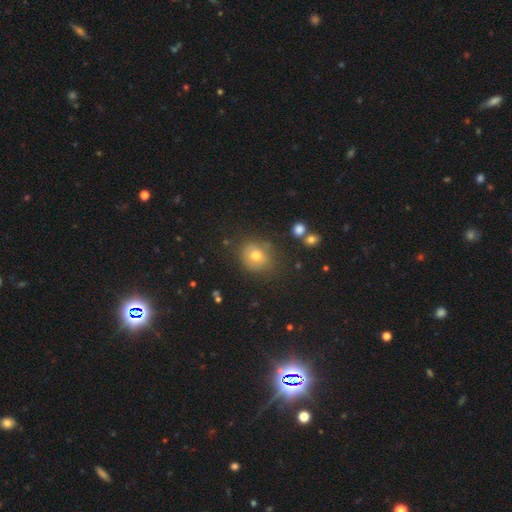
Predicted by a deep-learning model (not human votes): This is likely a smooth galaxy (73%). How rounded: likely round (68%). Merging: likely none (77%).